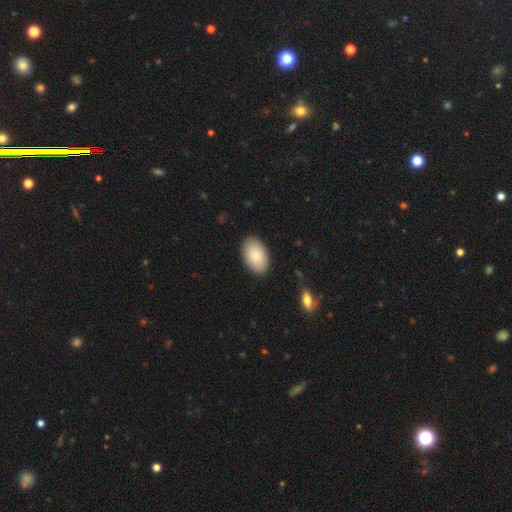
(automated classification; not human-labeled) Smooth or featured? smooth (88%)
How rounded? in between (93%)
Merging? none (87%)